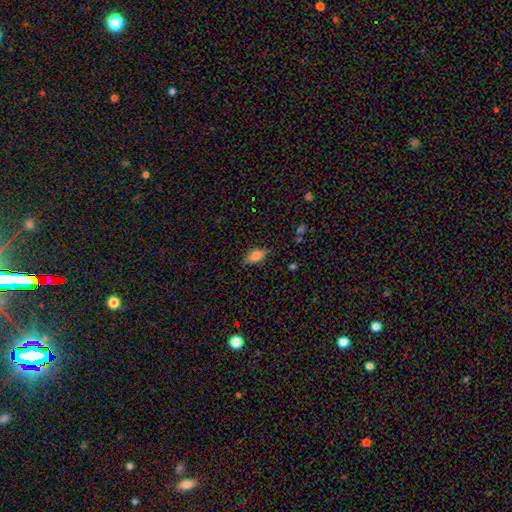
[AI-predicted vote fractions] smooth 68%, featured or disk 23%, star or artifact 10%. Down the decision tree: how rounded — in between (80%); merging — none (77%).